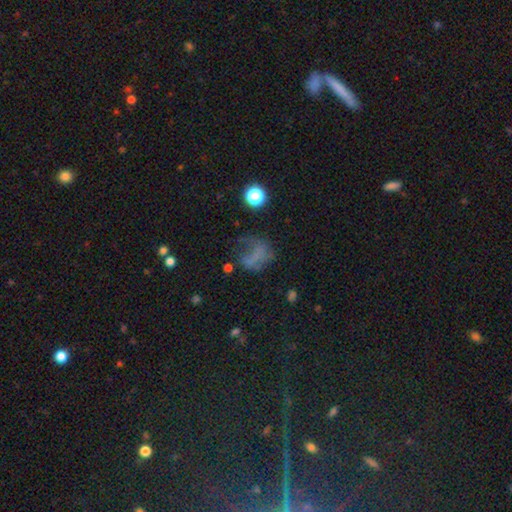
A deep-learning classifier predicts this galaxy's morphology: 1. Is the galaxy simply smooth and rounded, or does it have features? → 42% smooth, 34% featured or disk, 24% star or artifact.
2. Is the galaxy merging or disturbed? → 41% major disturbance, 34% none, 20% minor disturbance, 6% merger.